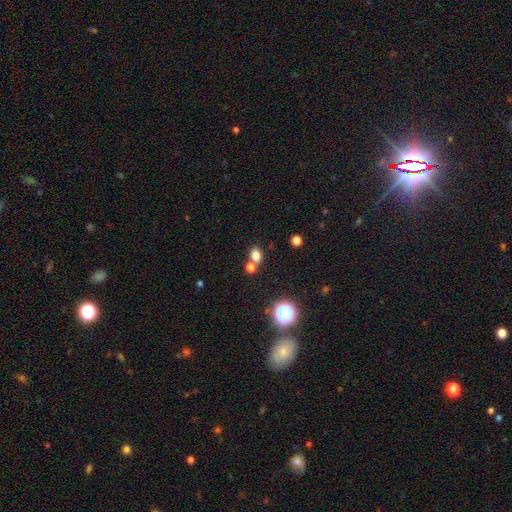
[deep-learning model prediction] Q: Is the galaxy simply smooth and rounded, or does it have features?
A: smooth — 77%.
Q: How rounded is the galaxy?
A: in between — 63%.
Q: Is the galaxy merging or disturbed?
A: none — 59%.